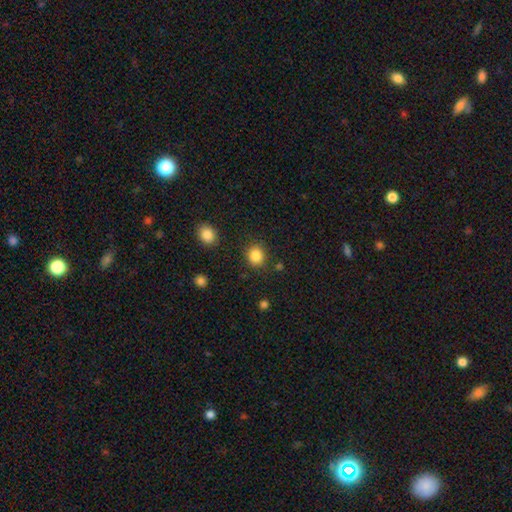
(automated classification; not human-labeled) Smooth or featured? Predicted: smooth (p=0.86). How rounded? Predicted: round (p=0.80). Merging? Predicted: none (p=0.86).